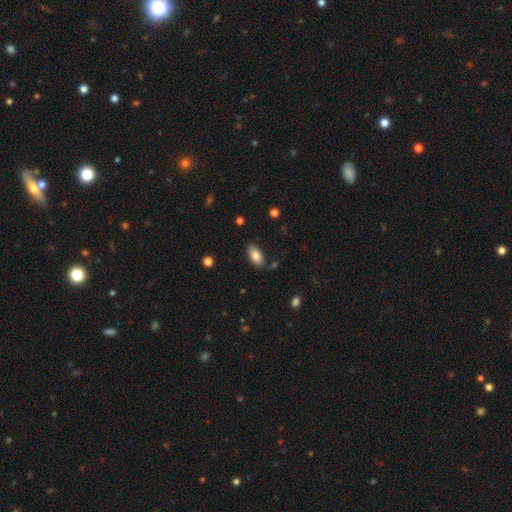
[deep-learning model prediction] The model was most divided on "smooth or featured": smooth: 83%, featured or disk: 10%, star or artifact: 8%. More confident: how rounded — in between (93%); merging — none (85%).